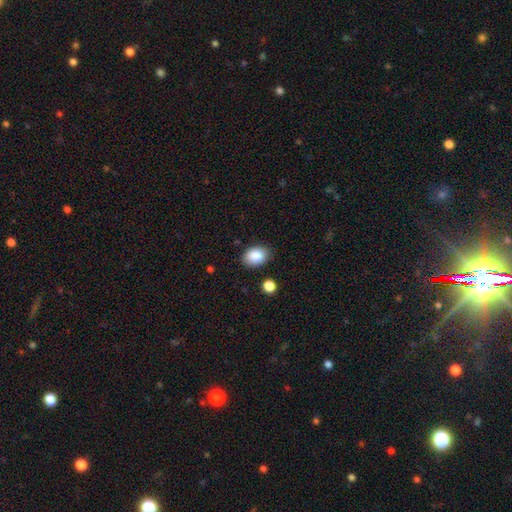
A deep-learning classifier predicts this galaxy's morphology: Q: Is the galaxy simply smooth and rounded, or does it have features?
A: smooth — 87%.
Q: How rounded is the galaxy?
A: in between — 81%.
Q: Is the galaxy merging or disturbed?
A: none — 83%.